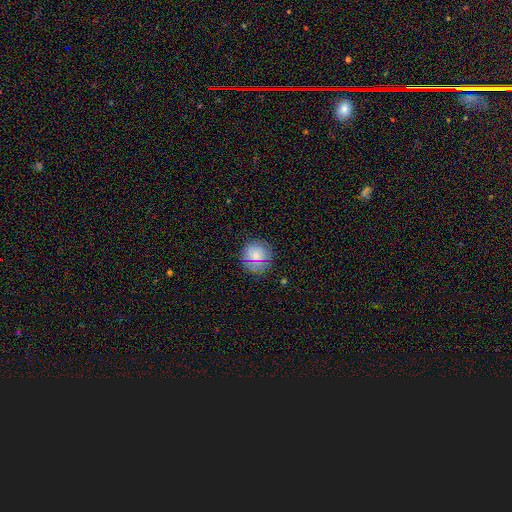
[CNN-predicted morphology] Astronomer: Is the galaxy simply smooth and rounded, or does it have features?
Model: smooth — 76%.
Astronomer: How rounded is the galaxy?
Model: round — 94%.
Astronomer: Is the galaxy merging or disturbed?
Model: none — 87%.